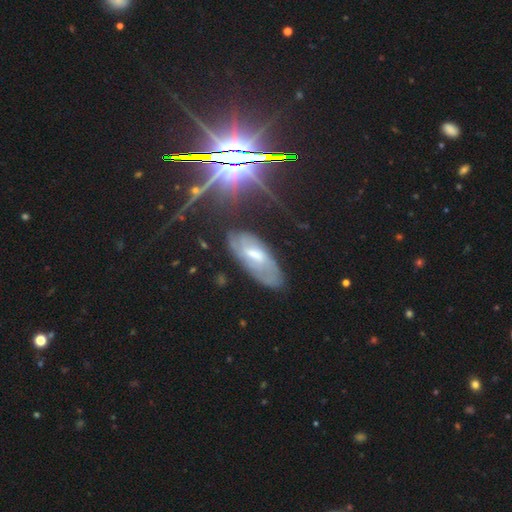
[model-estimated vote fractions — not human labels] This is possibly a featured or disk galaxy (53%). It is clearly not viewed edge-on (83%). Merging: likely none (68%).